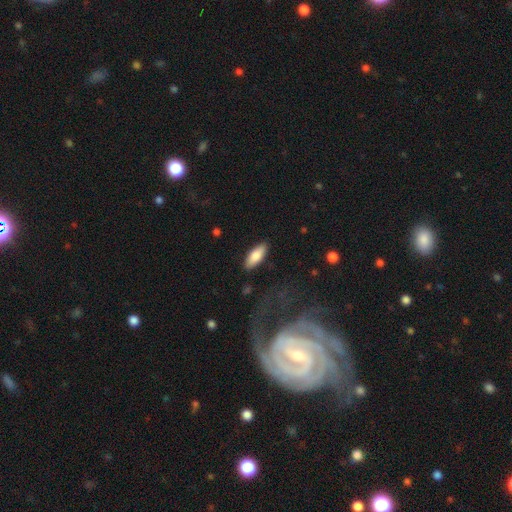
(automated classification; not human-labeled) Morphology: type=smooth (82%); roundness=in between (77%); merging=none (88%).